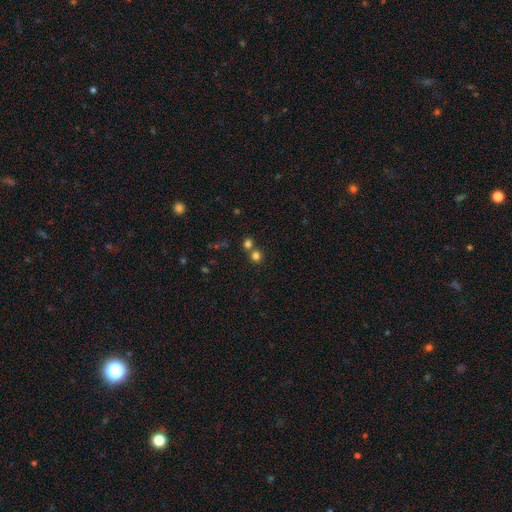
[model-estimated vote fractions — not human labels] A smooth galaxy with no disk features (76%) that is round (89%).

Vote fractions:
- Smooth or featured? smooth: 76% / star or artifact: 17% / featured or disk: 7%
- How rounded? round: 89% / in between: 10% / cigar-shaped: 1%
- Merging? none: 60% / merger: 31% / minor disturbance: 6% / major disturbance: 3%